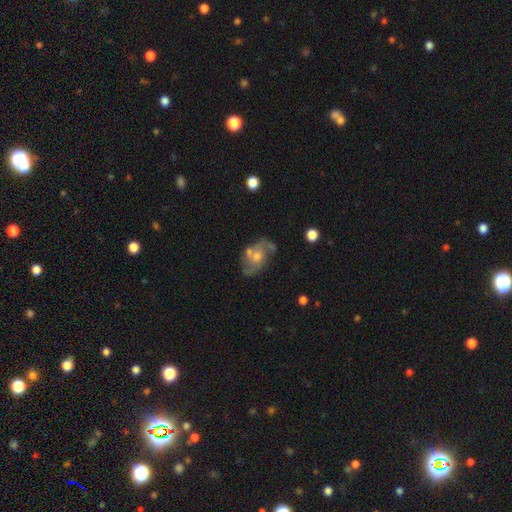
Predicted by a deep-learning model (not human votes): smooth_or_featured: featured or disk (p=0.72) [alt: smooth p=0.20]
disk_edge_on: no (p=0.97) [alt: yes p=0.03]
bar: no (p=0.73) [alt: weak p=0.24]
has_spiral_arms: yes (p=0.83) [alt: no p=0.17]
spiral_winding: medium (p=0.44) [alt: loose p=0.39]
spiral_arm_count: 2 (p=0.62) [alt: can't tell p=0.16]
bulge_size: moderate (p=0.55) [alt: small p=0.34]
merging: none (p=0.52) [alt: minor disturbance p=0.23]